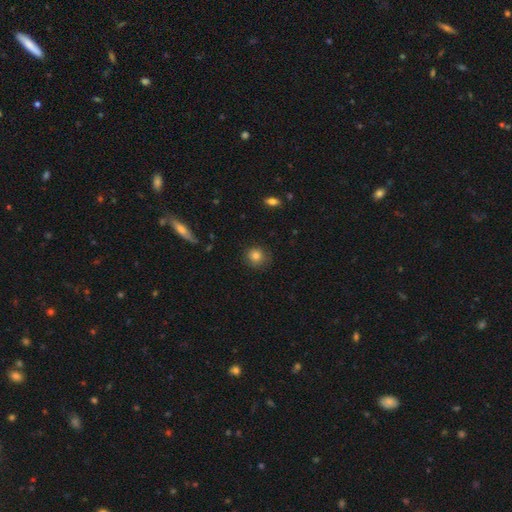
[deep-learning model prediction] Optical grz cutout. It shows a smooth galaxy with no disk features (81%) that is round (89%). Merging: none (82%).